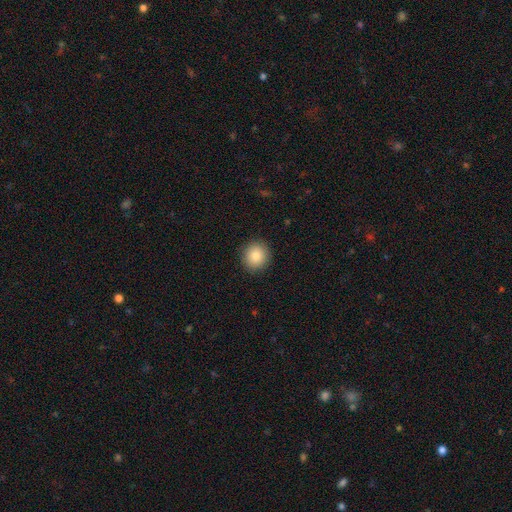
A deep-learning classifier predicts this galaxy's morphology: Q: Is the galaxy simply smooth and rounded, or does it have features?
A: smooth — 85%.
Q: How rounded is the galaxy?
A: round — 89%.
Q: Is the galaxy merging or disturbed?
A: none — 91%.